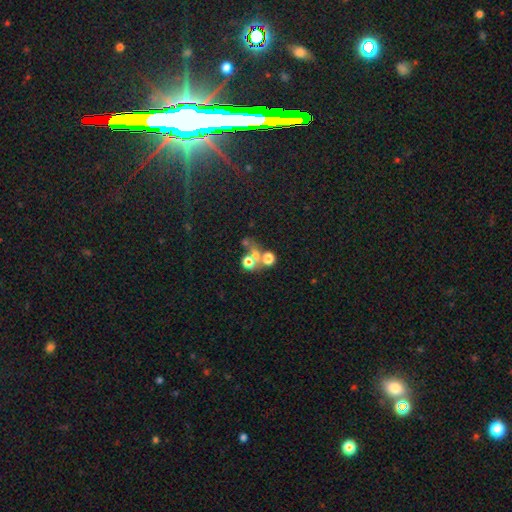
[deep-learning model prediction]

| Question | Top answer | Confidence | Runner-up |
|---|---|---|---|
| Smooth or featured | smooth | 55% | star or artifact (27%) |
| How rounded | round | 77% | in between (21%) |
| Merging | merger | 44% | none (39%) |